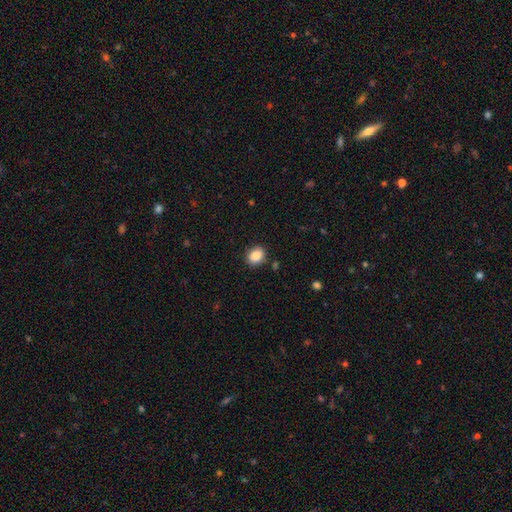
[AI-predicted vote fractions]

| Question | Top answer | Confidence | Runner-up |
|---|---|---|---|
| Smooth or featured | smooth | 86% | star or artifact (9%) |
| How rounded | round | 59% | in between (40%) |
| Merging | none | 86% | minor disturbance (9%) |